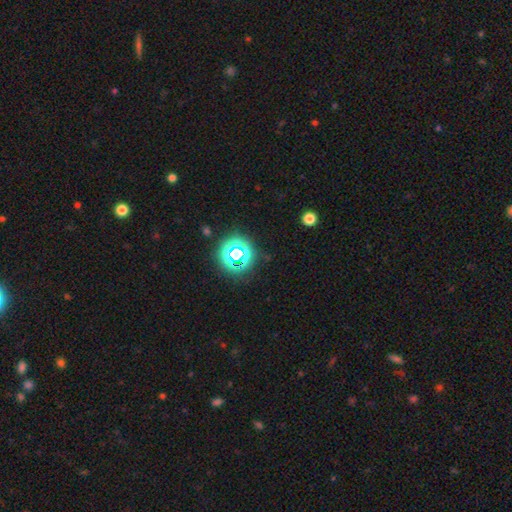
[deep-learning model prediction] Smooth or featured? star or artifact (74%)